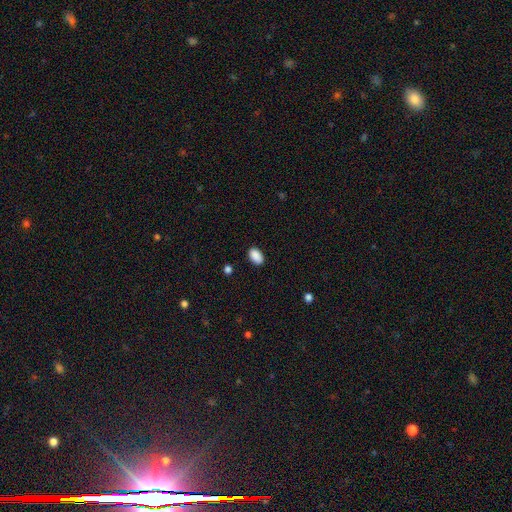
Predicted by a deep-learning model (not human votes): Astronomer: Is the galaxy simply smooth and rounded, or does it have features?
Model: smooth — 90%.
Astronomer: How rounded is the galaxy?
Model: in between — 92%.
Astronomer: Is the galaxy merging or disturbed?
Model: none — 87%.